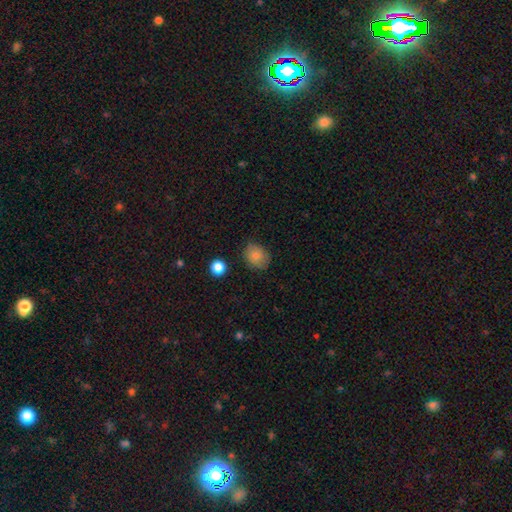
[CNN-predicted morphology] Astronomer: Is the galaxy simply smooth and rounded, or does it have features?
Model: smooth — 83%.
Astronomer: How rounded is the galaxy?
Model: round — 52% (runner-up: in between, 47%).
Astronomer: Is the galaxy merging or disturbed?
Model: none — 78%.